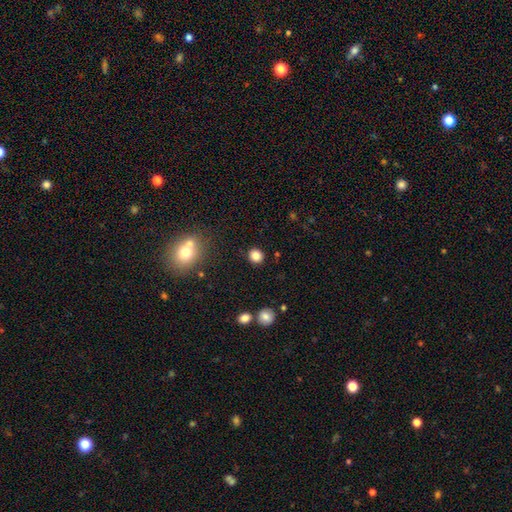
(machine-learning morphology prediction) Overall: smooth (84%). How rounded: round (83%). Merging: none (89%).